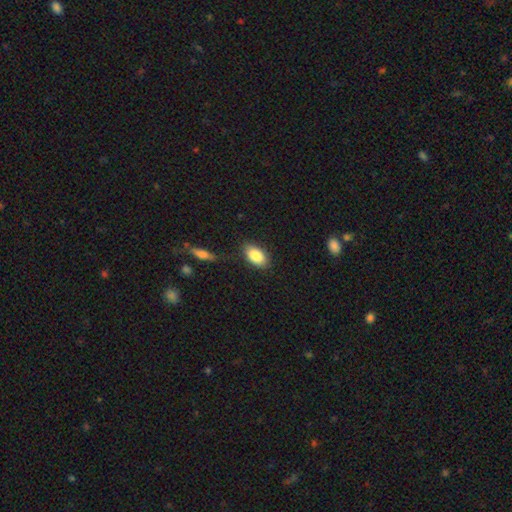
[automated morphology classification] type=smooth (85%); roundness=in between (91%); merging=none (81%).